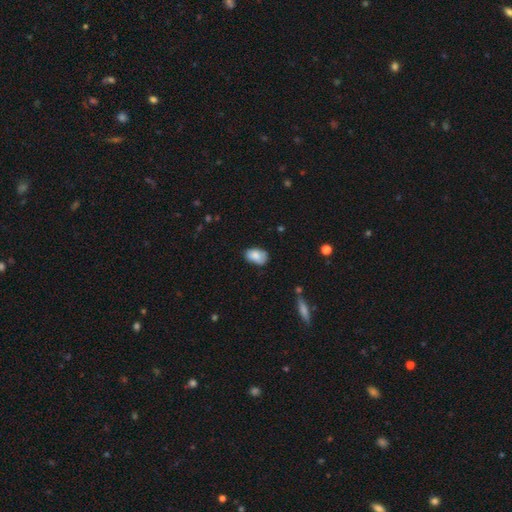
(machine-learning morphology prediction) Smooth or featured?
  - smooth: 79% *
  - featured or disk: 14%
  - star or artifact: 7%
How rounded?
  - in between: 88% *
  - round: 11%
  - cigar-shaped: 1%
Merging?
  - none: 61% *
  - minor disturbance: 30%
  - major disturbance: 7%
  - merger: 2%